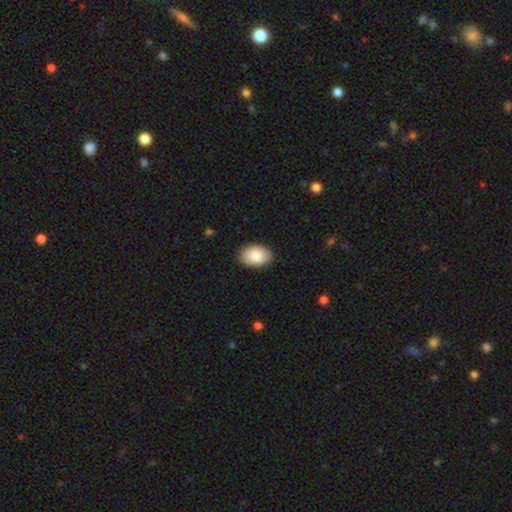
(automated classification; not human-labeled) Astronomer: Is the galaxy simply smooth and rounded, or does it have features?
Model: smooth — 87%.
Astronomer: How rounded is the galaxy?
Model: in between — 89%.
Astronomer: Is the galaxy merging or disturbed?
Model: none — 88%.